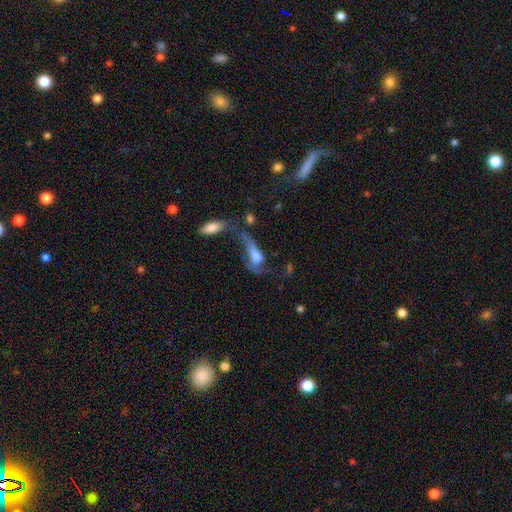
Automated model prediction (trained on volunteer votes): This appears to be a featured or disk galaxy (49%). Merging: major disturbance (36%).